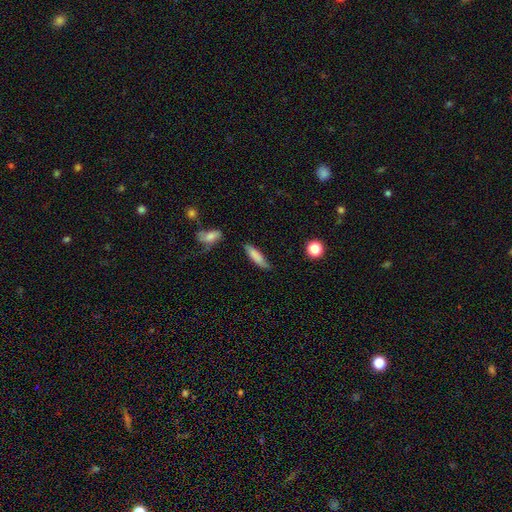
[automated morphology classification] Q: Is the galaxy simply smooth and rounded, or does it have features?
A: smooth — 79%.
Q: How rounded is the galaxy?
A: cigar-shaped — 65%.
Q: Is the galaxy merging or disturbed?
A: none — 64%.